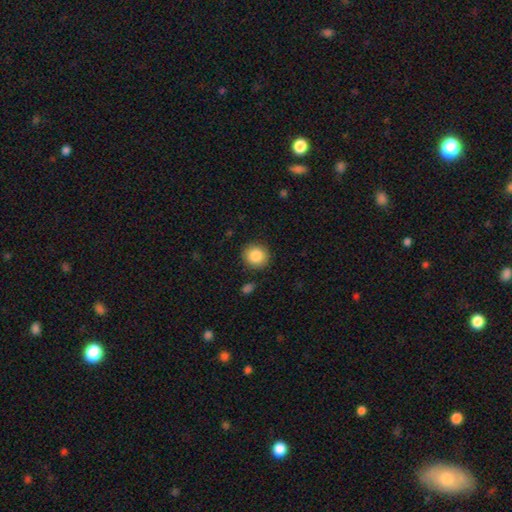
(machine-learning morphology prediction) smooth_or_featured: smooth (p=0.87) [alt: star or artifact p=0.08]
how_rounded: round (p=0.90) [alt: in between p=0.09]
merging: none (p=0.88) [alt: minor disturbance p=0.08]